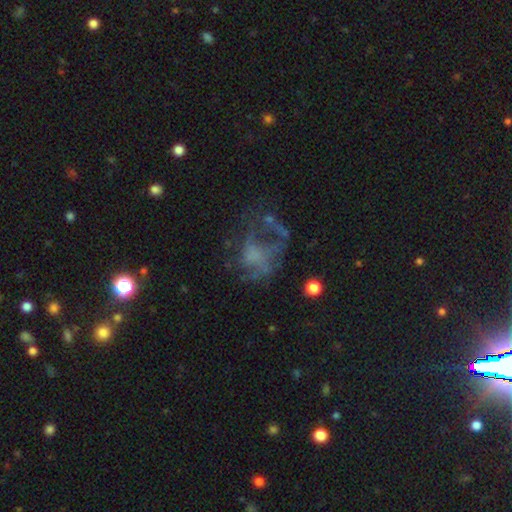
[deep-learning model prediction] Smooth or featured? Predicted: featured or disk (p=0.56). Edge-on disk? Predicted: no (p=0.98). Bar? Predicted: no (p=0.84). Spiral arms? Predicted: no (p=0.66). Bulge size? Predicted: none (p=0.67). Merging? Predicted: major disturbance (p=0.46).